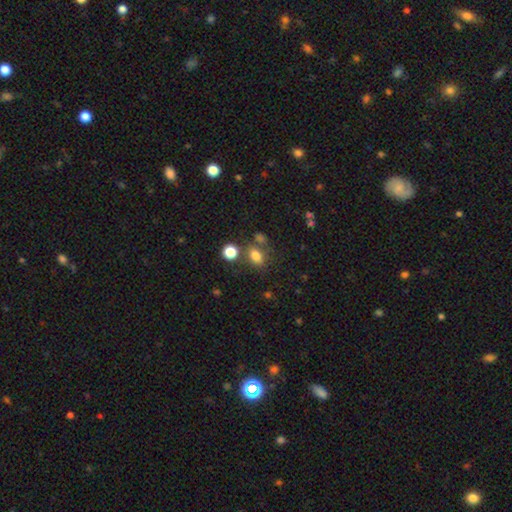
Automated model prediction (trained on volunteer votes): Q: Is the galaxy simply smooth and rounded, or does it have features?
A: smooth — 79%.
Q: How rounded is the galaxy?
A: in between — 75%.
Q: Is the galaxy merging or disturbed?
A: none — 63%.